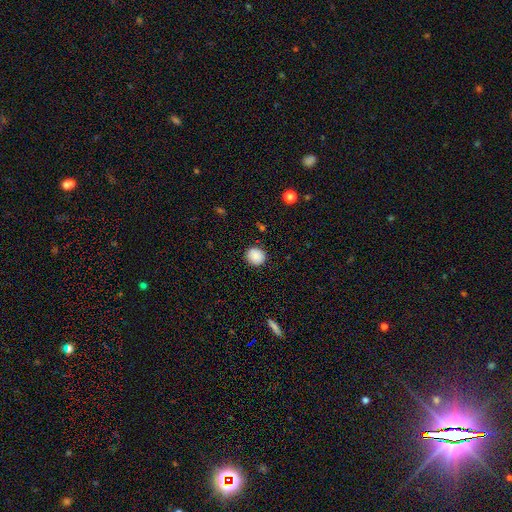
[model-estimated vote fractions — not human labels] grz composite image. It shows a smooth galaxy with no disk features (88%) that is round (85%). Merging: none (90%).